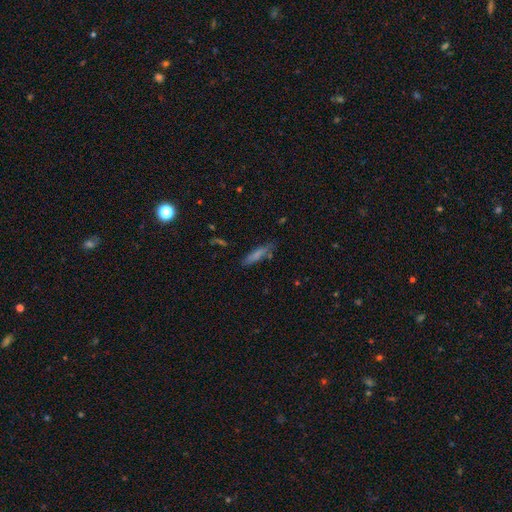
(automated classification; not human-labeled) This appears to be a smooth galaxy with no disk features (60%) that is cigar-shaped (80%). Merging: none (79%).